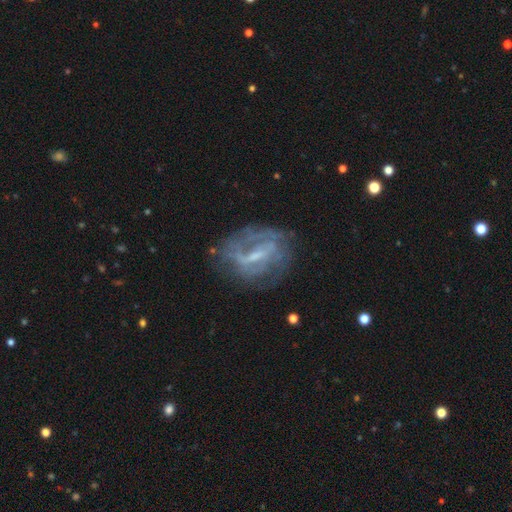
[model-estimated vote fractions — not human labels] This appears to be a featured or disk galaxy (76%) with a weak bar (43%), tight (42%) spiral arms (71%) and a small central bulge (50%). Merging: none (64%).